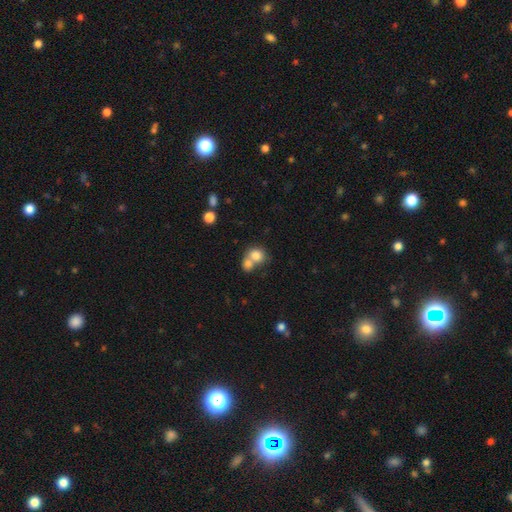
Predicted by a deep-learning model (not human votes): The model was most divided on "merging": merger: 58%, none: 32%, minor disturbance: 7%, major disturbance: 3%. More confident: smooth or featured — smooth (78%); how rounded — round (75%).